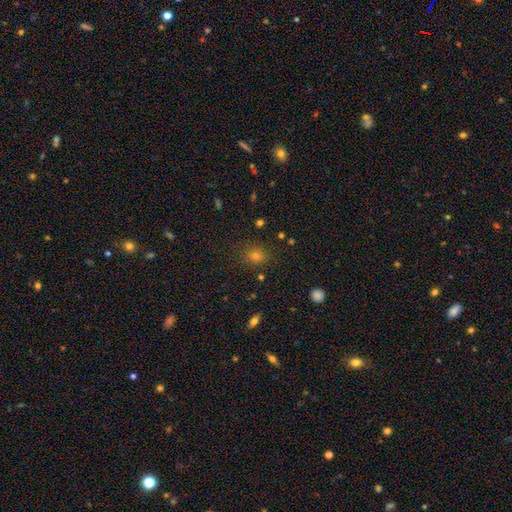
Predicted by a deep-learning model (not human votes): Overall: smooth (68%). How rounded: round (61%; in between 37%). Merging: none (84%).